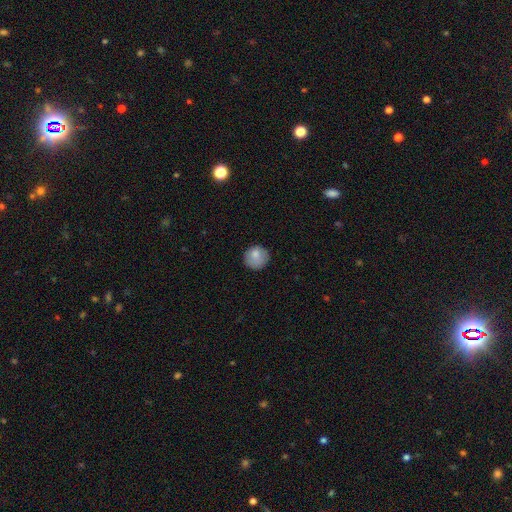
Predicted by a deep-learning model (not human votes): Smooth or featured? Predicted: smooth (p=0.82). How rounded? Predicted: round (p=0.89). Merging? Predicted: none (p=0.80).